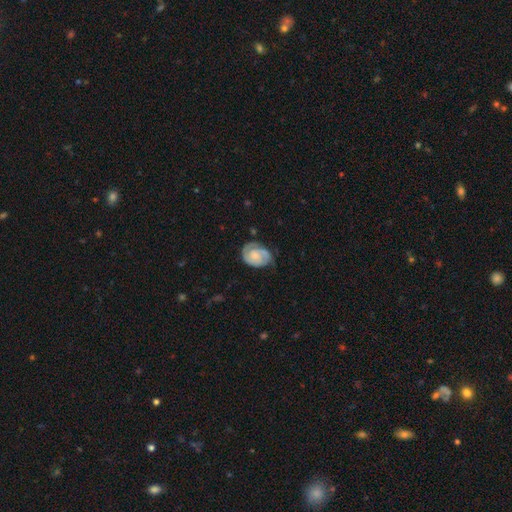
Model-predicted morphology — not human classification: featured or disk 72%, smooth 23%, star or artifact 6%. Down the decision tree: edge-on disk — no (97%); bar — no (73%); spiral arms — yes (92%); spiral arm count — 2 (63%); spiral winding — tight (63%); bulge size — small (45%); merging — none (65%).